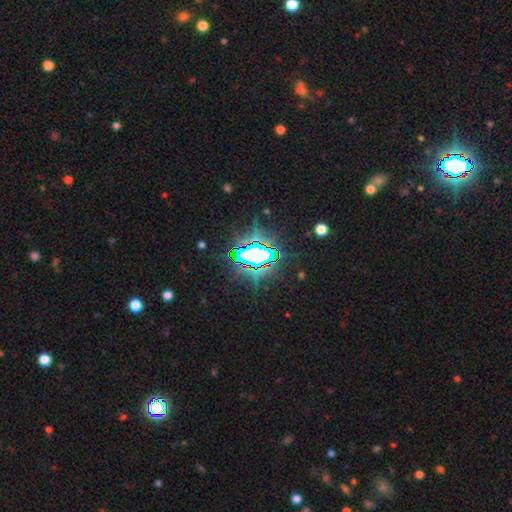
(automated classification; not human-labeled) Morphology: type=star or artifact (75%).